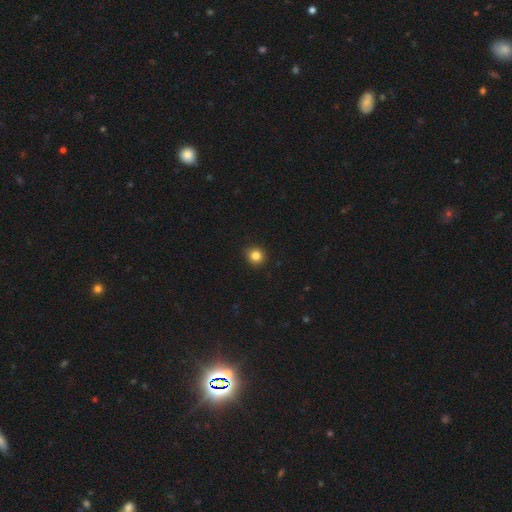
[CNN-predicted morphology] smooth-or-featured: smooth: 84% | star or artifact: 12% | featured or disk: 4%
  how-rounded: round: 90% | in between: 9% | cigar-shaped: 1%
  merging: none: 92% | minor disturbance: 6% | major disturbance: 2% | merger: 1%